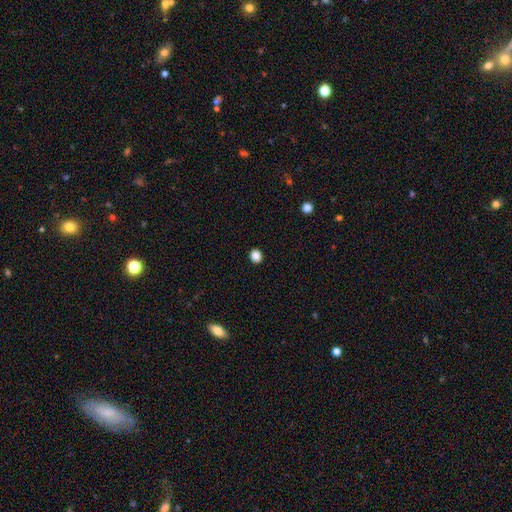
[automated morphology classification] Smooth or featured?
  - smooth: 86% *
  - star or artifact: 11%
  - featured or disk: 3%
How rounded?
  - round: 80% *
  - in between: 19%
  - cigar-shaped: 1%
Merging?
  - none: 92% *
  - minor disturbance: 5%
  - major disturbance: 2%
  - merger: 1%